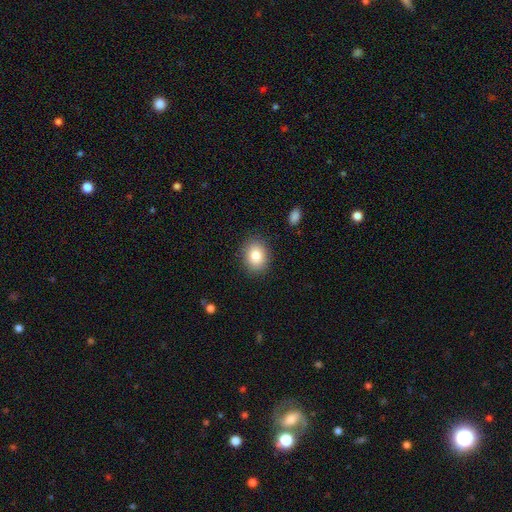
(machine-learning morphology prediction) A smooth galaxy with no disk features (84%) that is in between round and cigar-shaped (55%).

Vote fractions:
- Smooth or featured? smooth: 84% / star or artifact: 9% / featured or disk: 8%
- How rounded? in between: 55% / round: 44% / cigar-shaped: 1%
- Merging? none: 87% / minor disturbance: 9% / major disturbance: 3% / merger: 1%